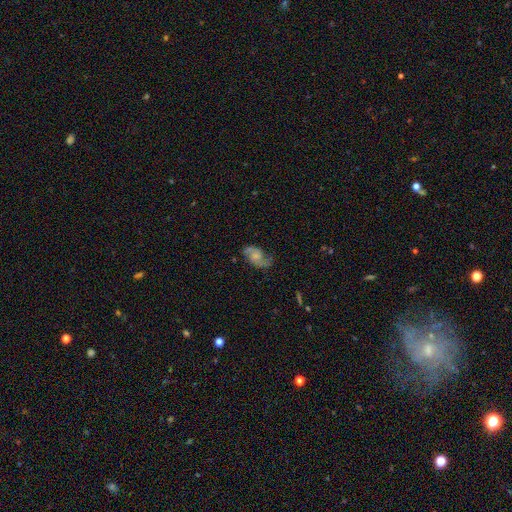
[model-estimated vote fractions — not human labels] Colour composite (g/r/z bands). It shows a featured or disk galaxy (78%) with no bar (62%), 2 (90%) medium (45%) spiral arms (95%) and a small central bulge (44%). Merging: none (70%).